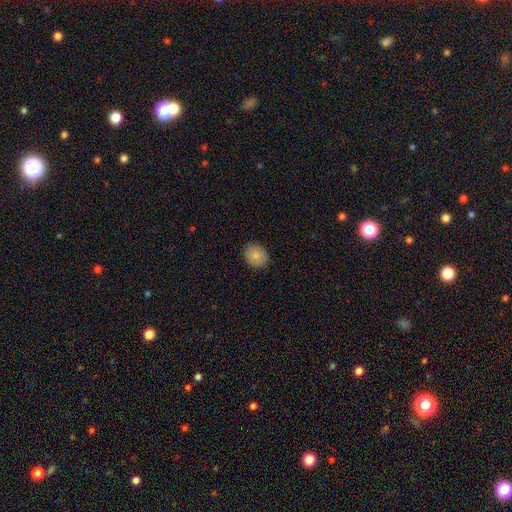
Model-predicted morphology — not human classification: A smooth galaxy with no disk features (86%) that is round (67%).

Vote fractions:
- Smooth or featured? smooth: 86% / star or artifact: 8% / featured or disk: 6%
- How rounded? round: 67% / in between: 32% / cigar-shaped: 1%
- Merging? none: 89% / minor disturbance: 8% / major disturbance: 2% / merger: 1%